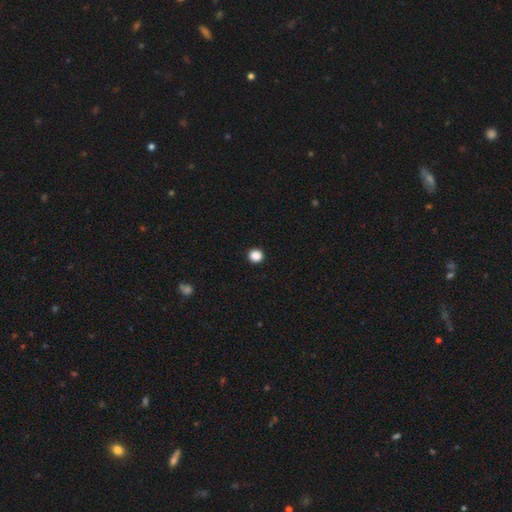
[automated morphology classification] Q: Smooth or featured?
A: smooth (87%); runner-up: star or artifact (11%)
Q: How rounded?
A: round (92%); runner-up: in between (7%)
Q: Merging?
A: none (94%); runner-up: minor disturbance (4%)